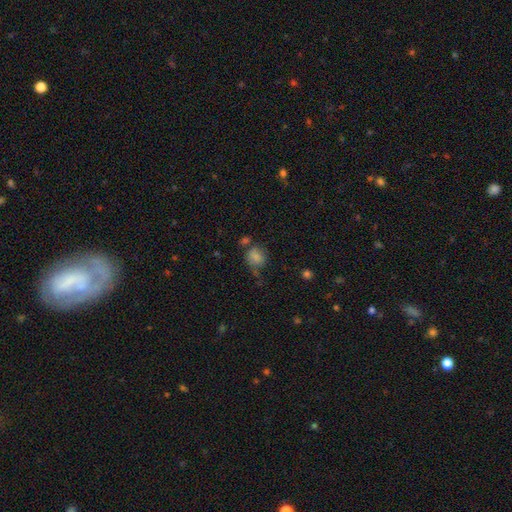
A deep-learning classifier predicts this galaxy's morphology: Overall: smooth (65%). How rounded: round (63%; in between 36%). Merging: none (52%; minor disturbance 24%).